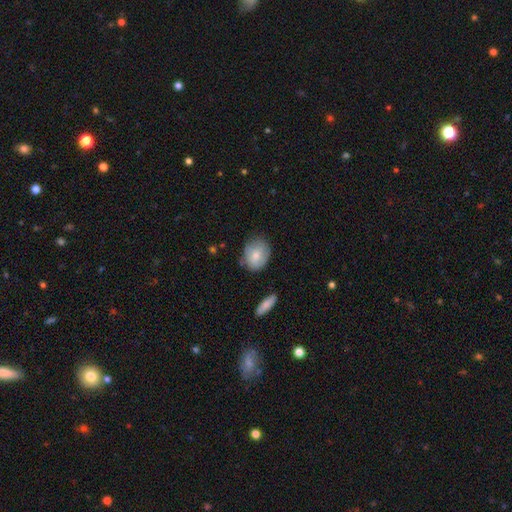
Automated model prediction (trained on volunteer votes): smooth 75%, featured or disk 18%, star or artifact 6%. Down the decision tree: how rounded — in between (57%); merging — none (70%).